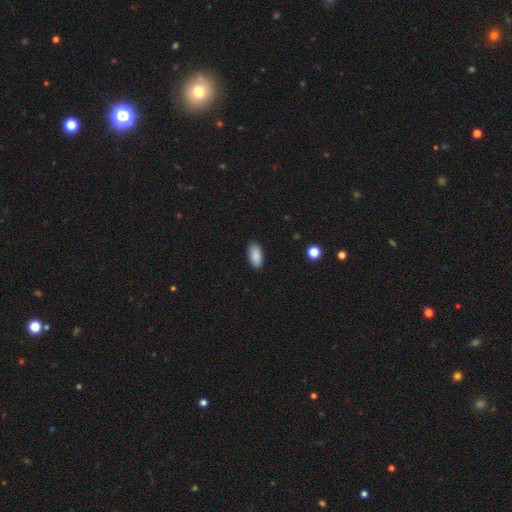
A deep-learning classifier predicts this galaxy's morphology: smooth_or_featured: smooth (p=0.89) [alt: star or artifact p=0.07]
how_rounded: in between (p=0.92) [alt: cigar-shaped p=0.05]
merging: none (p=0.89) [alt: minor disturbance p=0.08]